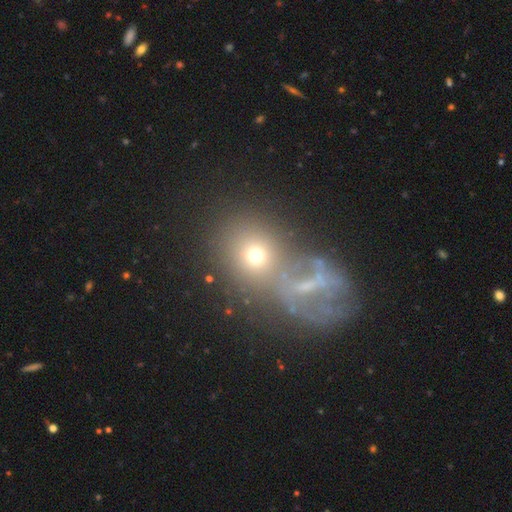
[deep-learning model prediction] Morphology: type=smooth (59%); roundness=round (68%); merging=none (41%).